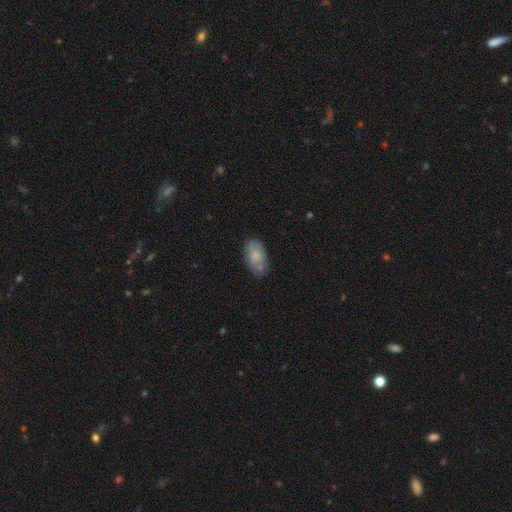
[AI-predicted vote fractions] smooth 73%, featured or disk 20%, star or artifact 7%. Down the decision tree: how rounded — in between (93%); merging — none (66%).